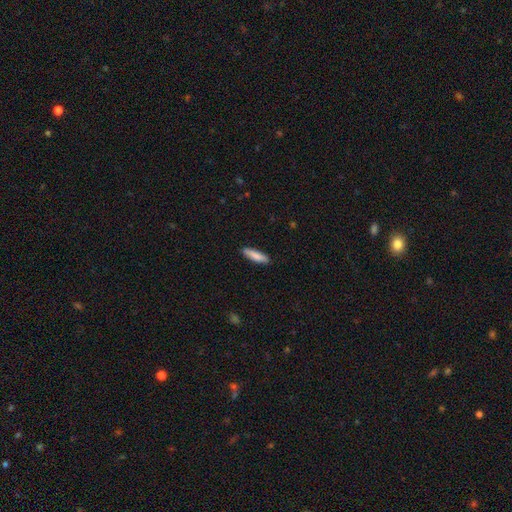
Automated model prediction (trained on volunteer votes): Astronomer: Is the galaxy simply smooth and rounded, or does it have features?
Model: smooth — 84%.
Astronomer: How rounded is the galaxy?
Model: cigar-shaped — 72%.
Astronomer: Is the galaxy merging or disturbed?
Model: none — 89%.